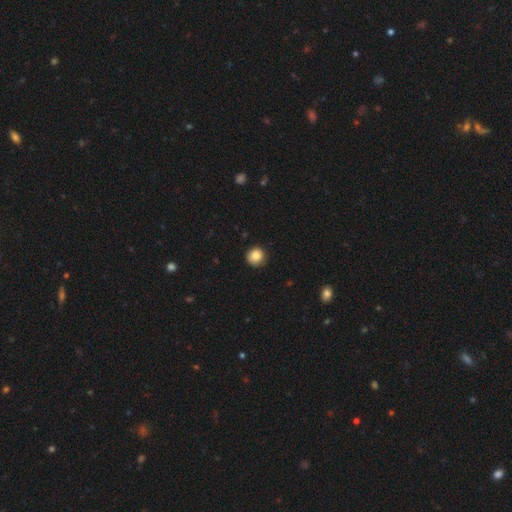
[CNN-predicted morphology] smooth 87%, star or artifact 9%, featured or disk 4%. Down the decision tree: how rounded — round (92%); merging — none (87%).